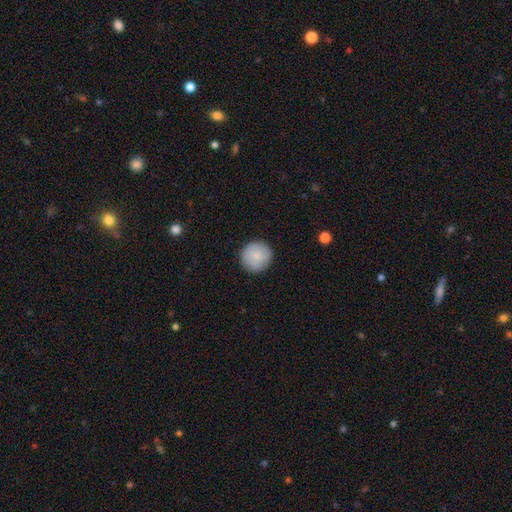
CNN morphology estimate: This is clearly a smooth galaxy (86%). How rounded: clearly round (95%). Merging: clearly none (90%).